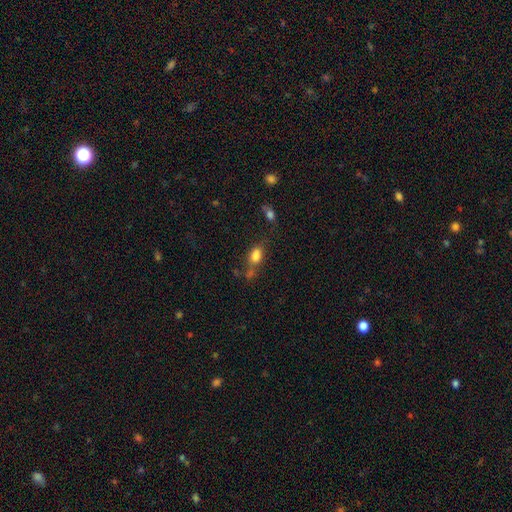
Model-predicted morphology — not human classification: type=smooth (79%); roundness=in between (75%); merging=none (45%).